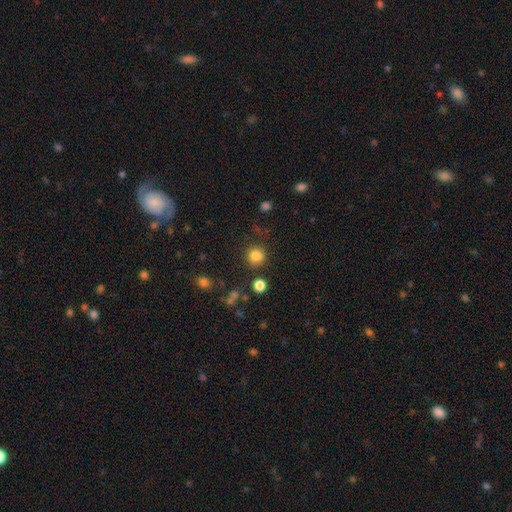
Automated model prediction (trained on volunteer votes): The model was most divided on "smooth or featured": smooth: 83%, star or artifact: 13%, featured or disk: 4%. More confident: how rounded — round (90%); merging — none (81%).